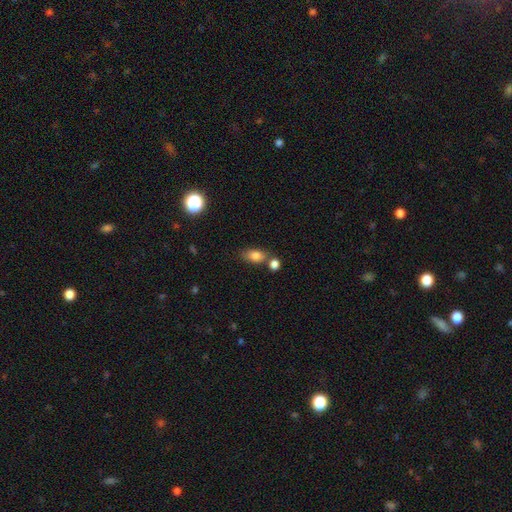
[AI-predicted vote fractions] Morphology: type=smooth (81%); roundness=in between (81%); merging=none (58%).